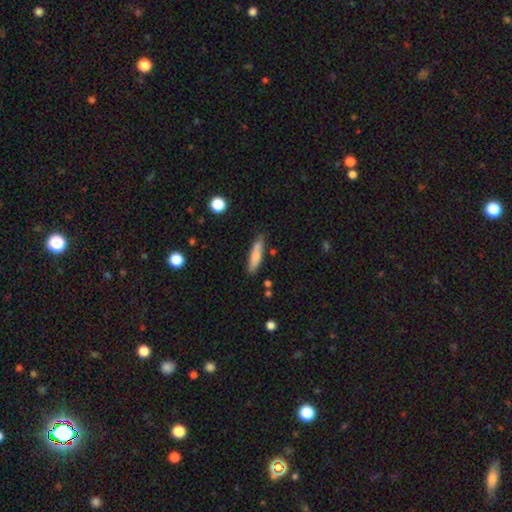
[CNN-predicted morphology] type=smooth (72%); roundness=cigar-shaped (75%); merging=none (77%).